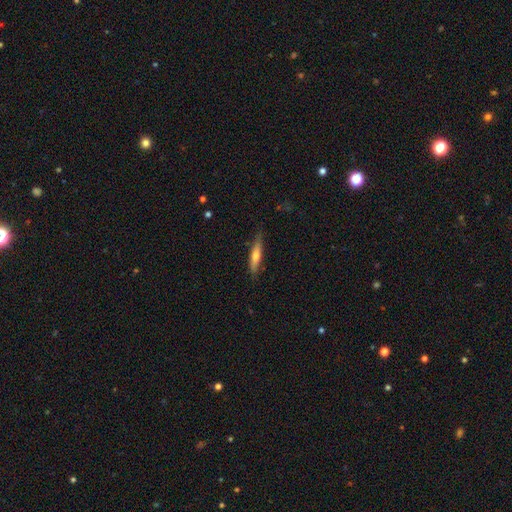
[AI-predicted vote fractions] Smooth or featured? smooth (56%)
How rounded? cigar-shaped (86%)
Merging? none (80%)